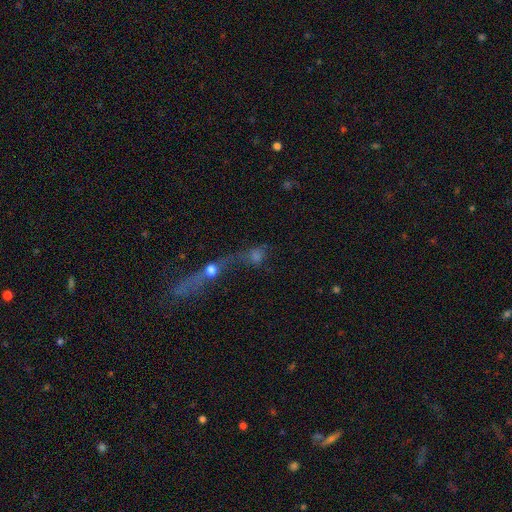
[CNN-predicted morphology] This is marginally a smooth galaxy (41%). Merging: possibly merger (47%).